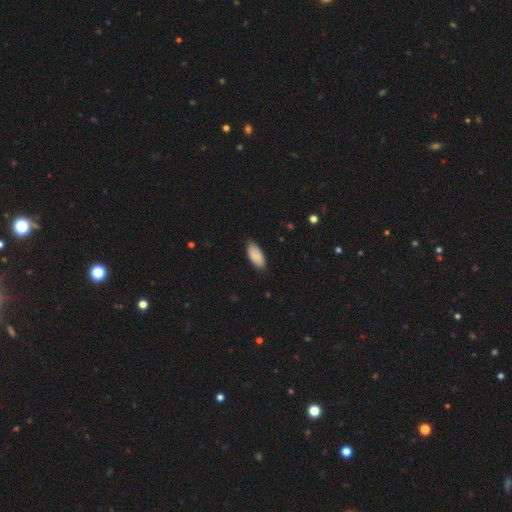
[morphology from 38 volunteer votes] smooth_or_featured: smooth (p=0.79) [alt: featured or disk p=0.21]
how_rounded: in between (p=0.87) [alt: cigar-shaped p=0.13]
merging: none (p=0.79) [alt: minor disturbance p=0.18]